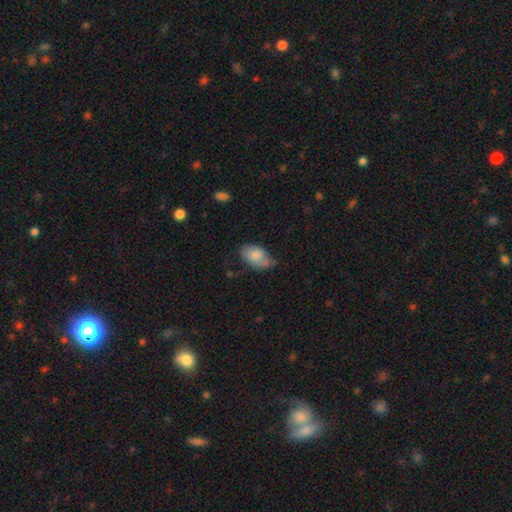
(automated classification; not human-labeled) Smooth or featured? smooth (78%)
How rounded? in between (90%)
Merging? none (47%)